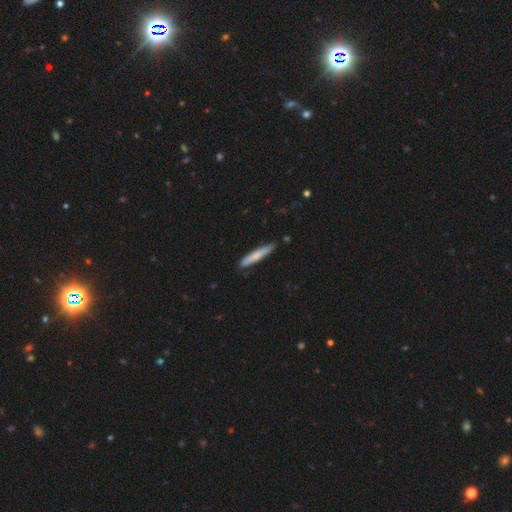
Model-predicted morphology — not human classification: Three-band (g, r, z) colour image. It shows a smooth galaxy with no disk features (73%) that is cigar-shaped (93%). Merging: none (79%).